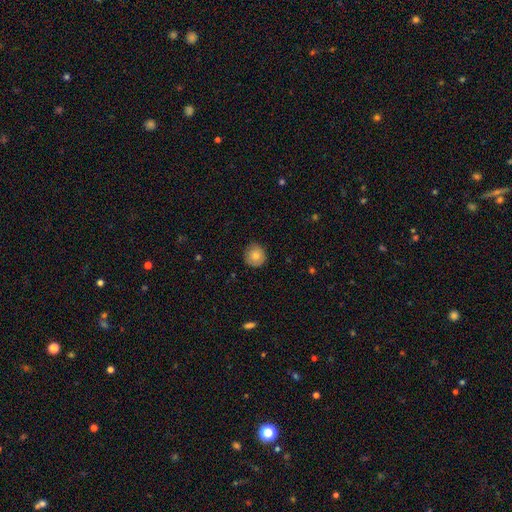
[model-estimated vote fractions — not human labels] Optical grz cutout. It shows a smooth galaxy with no disk features (79%) that is round (92%). Merging: none (86%).